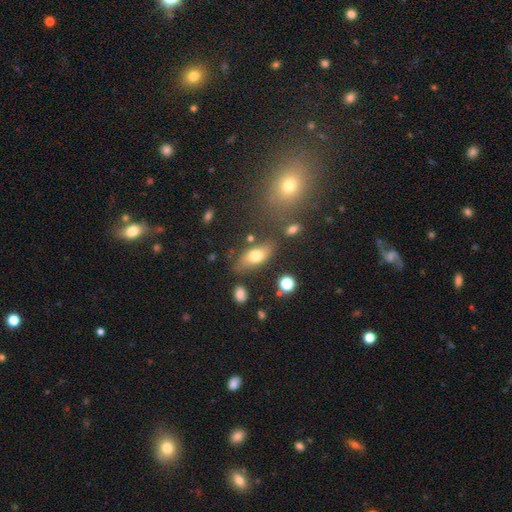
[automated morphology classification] Smooth or featured: smooth — 72% (featured or disk — 19%)
How rounded: in between — 82% (cigar-shaped — 11%)
Merging: none — 71% (minor disturbance — 16%)